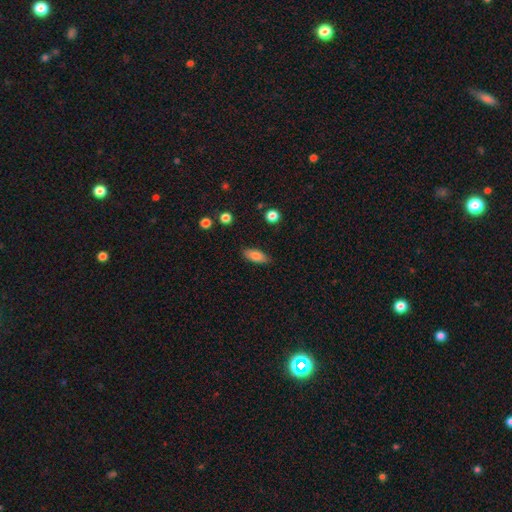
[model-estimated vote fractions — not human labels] Smooth or featured: smooth — 80% (featured or disk — 12%)
How rounded: in between — 79% (cigar-shaped — 18%)
Merging: none — 84% (minor disturbance — 12%)